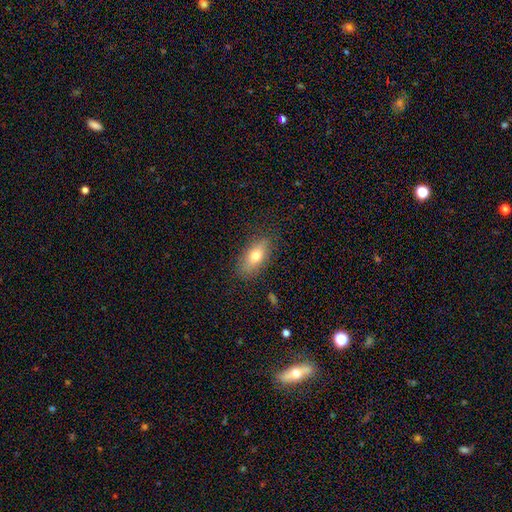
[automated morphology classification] Smooth or featured?
  - smooth: 71% *
  - featured or disk: 21%
  - star or artifact: 8%
How rounded?
  - in between: 79% *
  - cigar-shaped: 15%
  - round: 5%
Merging?
  - none: 84% *
  - minor disturbance: 12%
  - major disturbance: 3%
  - merger: 1%